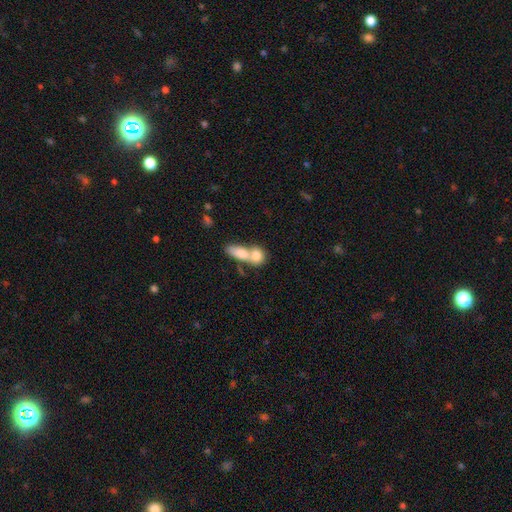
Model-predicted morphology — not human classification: Smooth or featured: smooth — 77% (featured or disk — 16%)
How rounded: in between — 49% (round — 42%)
Merging: merger — 67% (none — 23%)